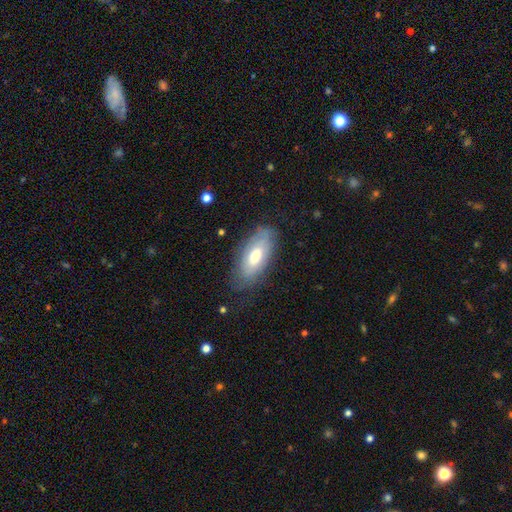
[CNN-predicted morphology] Q: Smooth or featured?
A: smooth (55%); runner-up: featured or disk (38%)
Q: How rounded?
A: in between (86%); runner-up: cigar-shaped (11%)
Q: Merging?
A: none (72%); runner-up: minor disturbance (20%)